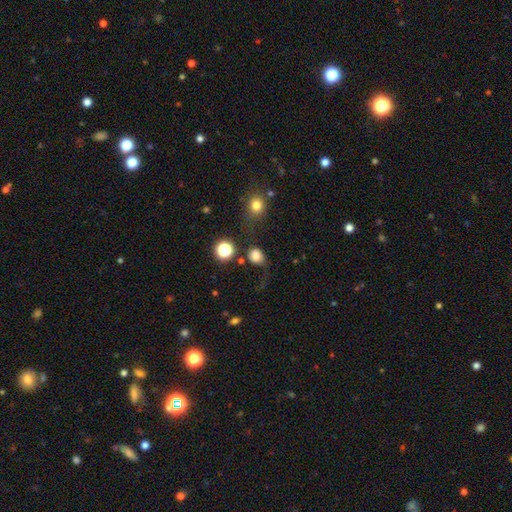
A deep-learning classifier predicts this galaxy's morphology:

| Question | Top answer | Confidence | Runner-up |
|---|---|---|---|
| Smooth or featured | smooth | 79% | star or artifact (13%) |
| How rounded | round | 66% | in between (33%) |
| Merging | none | 57% | minor disturbance (22%) |